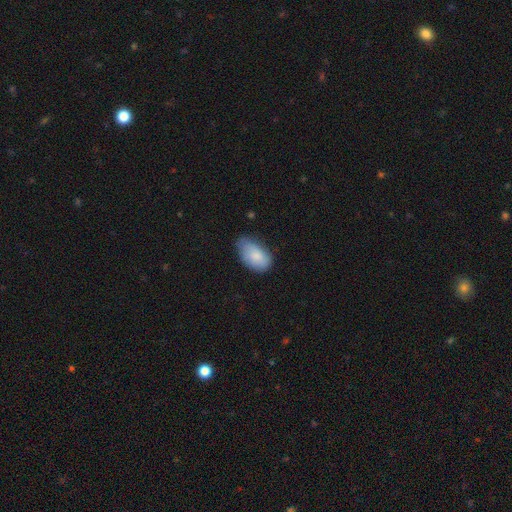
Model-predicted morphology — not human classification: Smooth or featured? Predicted: smooth (p=0.84). How rounded? Predicted: in between (p=0.94). Merging? Predicted: none (p=0.50).